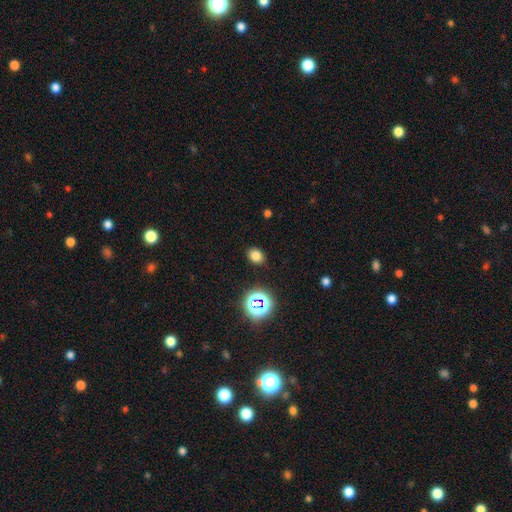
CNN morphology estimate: A smooth galaxy with no disk features (76%) that is in between round and cigar-shaped (56%). Merging: none (88%).